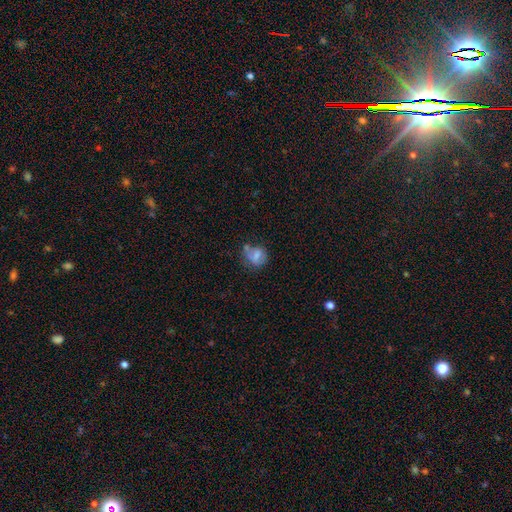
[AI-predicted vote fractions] The model was most divided on "merging": none: 46%, minor disturbance: 26%, major disturbance: 14%, merger: 14%. More confident: how rounded — round (63%); smooth or featured — smooth (62%).